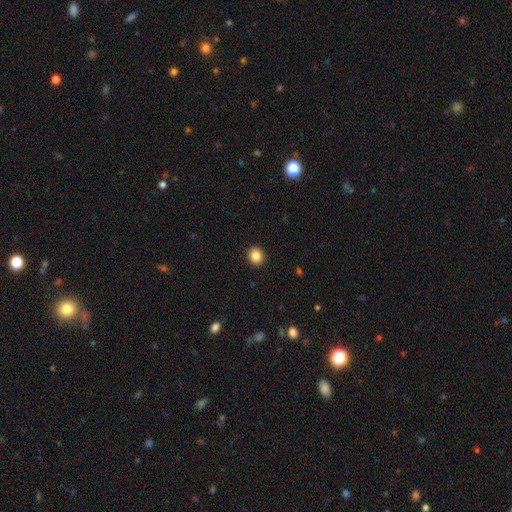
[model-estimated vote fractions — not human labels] Morphology: type=smooth (85%); roundness=round (82%); merging=none (92%).